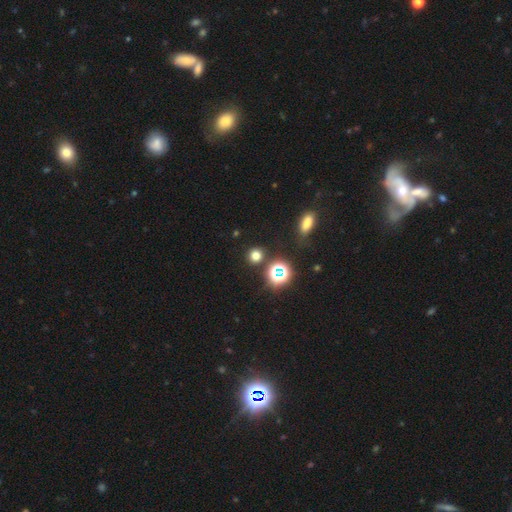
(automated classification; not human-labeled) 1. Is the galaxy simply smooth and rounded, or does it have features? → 71% smooth, 24% star or artifact, 5% featured or disk.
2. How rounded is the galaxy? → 88% round, 11% in between, 1% cigar-shaped.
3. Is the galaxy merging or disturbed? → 86% none, 7% minor disturbance, 4% merger, 3% major disturbance.